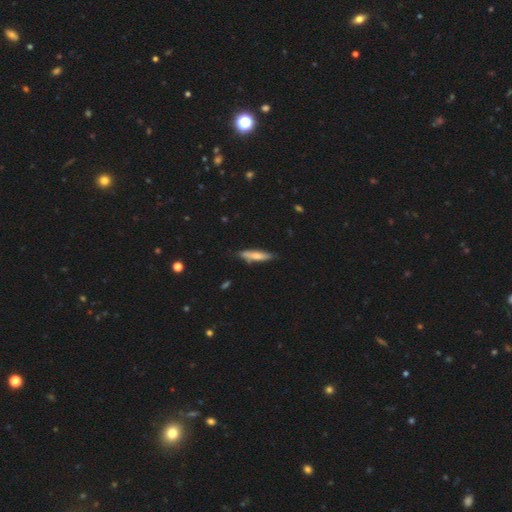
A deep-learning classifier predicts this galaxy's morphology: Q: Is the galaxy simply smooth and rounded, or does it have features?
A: smooth — 65%.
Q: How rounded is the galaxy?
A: cigar-shaped — 82%.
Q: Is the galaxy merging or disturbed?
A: none — 78%.